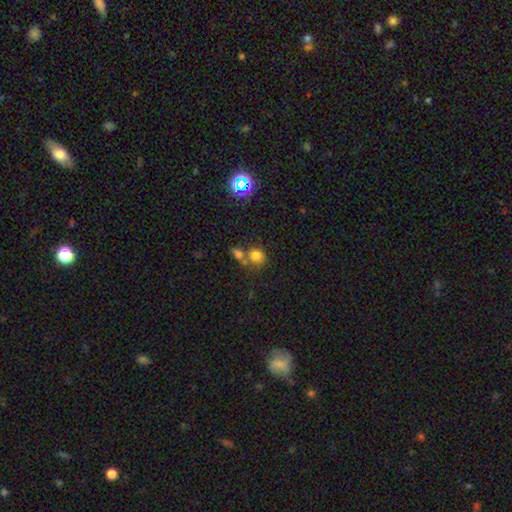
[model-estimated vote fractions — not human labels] smooth_or_featured: smooth (p=0.75) [alt: star or artifact p=0.17]
how_rounded: round (p=0.72) [alt: in between p=0.27]
merging: none (p=0.43) [alt: merger p=0.41]